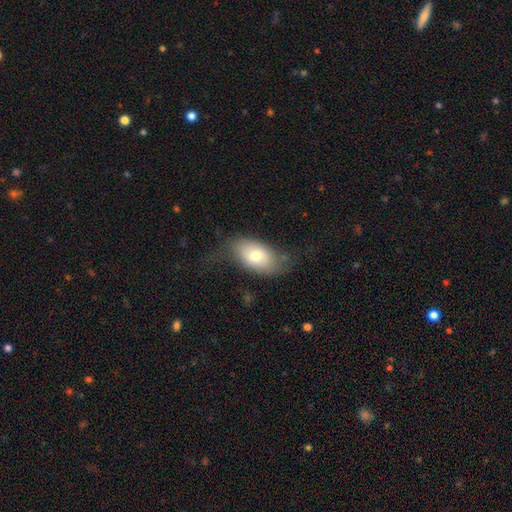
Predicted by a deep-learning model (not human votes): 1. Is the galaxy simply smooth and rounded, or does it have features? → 68% smooth, 24% featured or disk, 8% star or artifact.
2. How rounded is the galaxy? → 90% in between, 8% round, 2% cigar-shaped.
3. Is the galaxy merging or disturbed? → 57% none, 25% minor disturbance, 17% major disturbance, 2% merger.